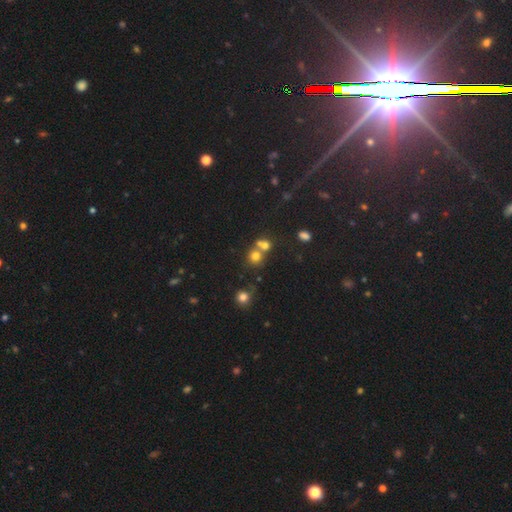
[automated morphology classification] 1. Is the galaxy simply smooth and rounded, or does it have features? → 71% smooth, 17% star or artifact, 11% featured or disk.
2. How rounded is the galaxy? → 83% round, 16% in between, 1% cigar-shaped.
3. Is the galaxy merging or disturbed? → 44% none (tied), 44% merger (tied), 8% minor disturbance, 4% major disturbance.